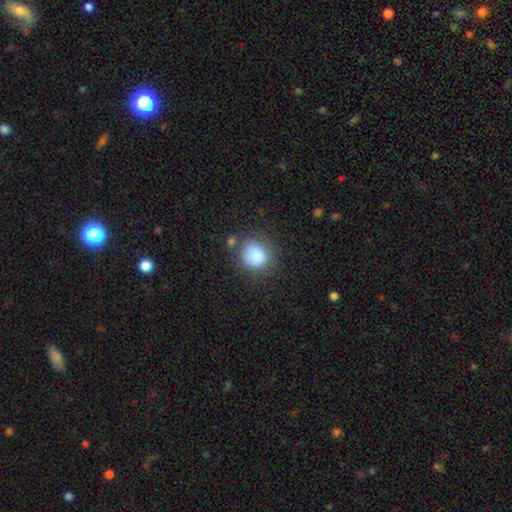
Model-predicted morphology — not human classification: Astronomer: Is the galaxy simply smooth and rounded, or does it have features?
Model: smooth — 85%.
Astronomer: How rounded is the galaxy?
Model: round — 78%.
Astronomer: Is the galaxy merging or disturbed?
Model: none — 68%.